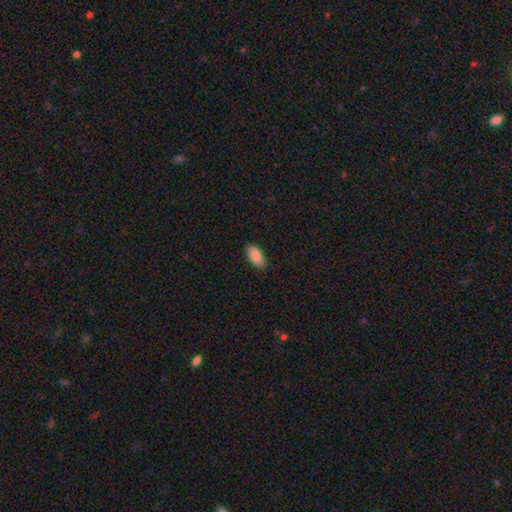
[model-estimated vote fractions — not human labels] Smooth or featured: smooth — 88% (star or artifact — 6%)
How rounded: in between — 94% (cigar-shaped — 4%)
Merging: none — 86% (minor disturbance — 11%)